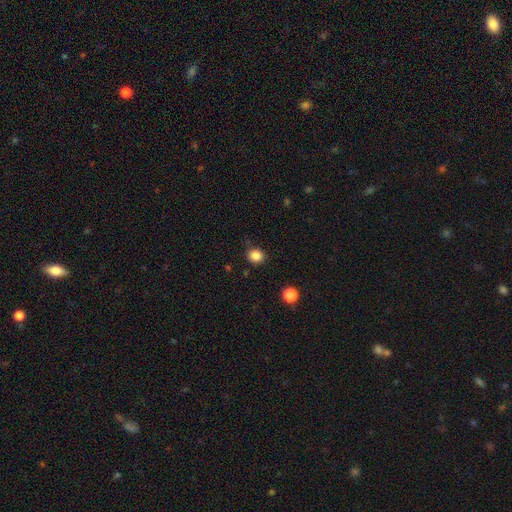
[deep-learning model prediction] This appears to be a smooth galaxy with no disk features (85%) that is round (75%). Merging: none (83%).